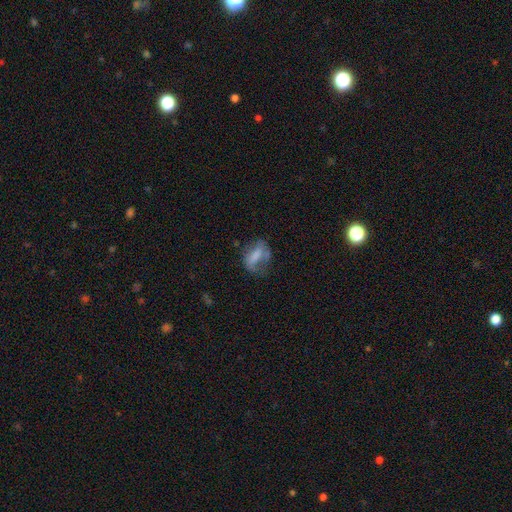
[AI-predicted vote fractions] smooth_or_featured: smooth (p=0.51) [alt: featured or disk p=0.39]
how_rounded: in between (p=0.77) [alt: round p=0.15]
merging: none (p=0.38) [alt: major disturbance p=0.32]